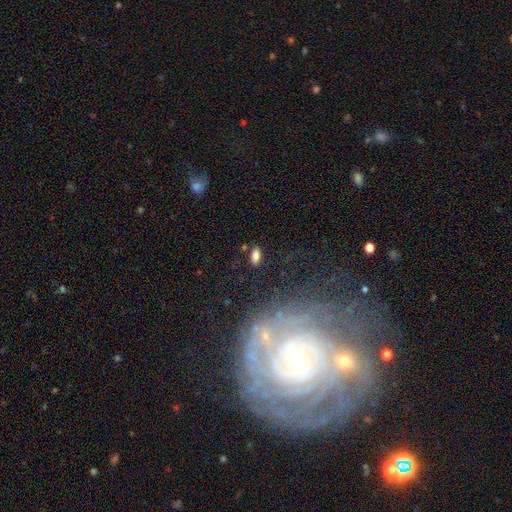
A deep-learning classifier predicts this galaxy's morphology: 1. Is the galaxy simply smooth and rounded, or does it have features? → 80% smooth, 11% star or artifact, 9% featured or disk.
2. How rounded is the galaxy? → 87% in between, 8% cigar-shaped, 5% round.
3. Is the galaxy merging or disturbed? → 84% none, 10% minor disturbance, 3% major disturbance, 3% merger.